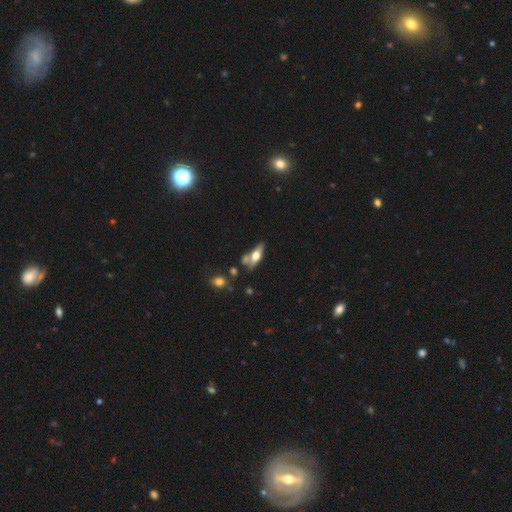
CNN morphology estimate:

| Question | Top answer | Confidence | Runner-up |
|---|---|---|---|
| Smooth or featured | featured or disk | 49% | smooth (44%) |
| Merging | none | 55% | merger (22%) |